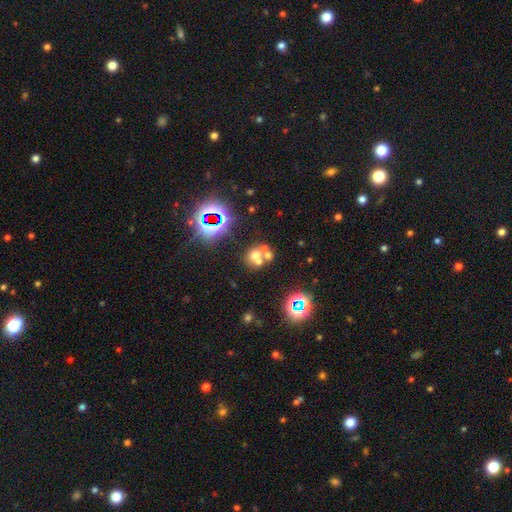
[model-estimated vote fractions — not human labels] Smooth or featured?
  - smooth: 50% *
  - star or artifact: 29%
  - featured or disk: 22%
Merging?
  - merger: 43% * (tied)
  - none: 43% * (tied)
  - minor disturbance: 8%
  - major disturbance: 5%